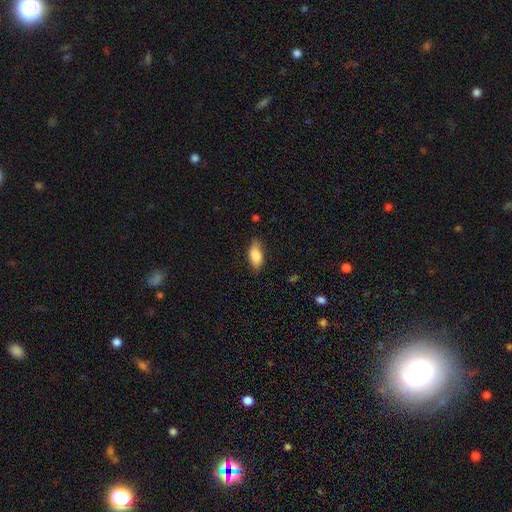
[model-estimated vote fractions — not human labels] The model was most divided on "merging": none: 76%, minor disturbance: 19%, major disturbance: 4%, merger: 1%. More confident: how rounded — in between (85%); smooth or featured — smooth (83%).